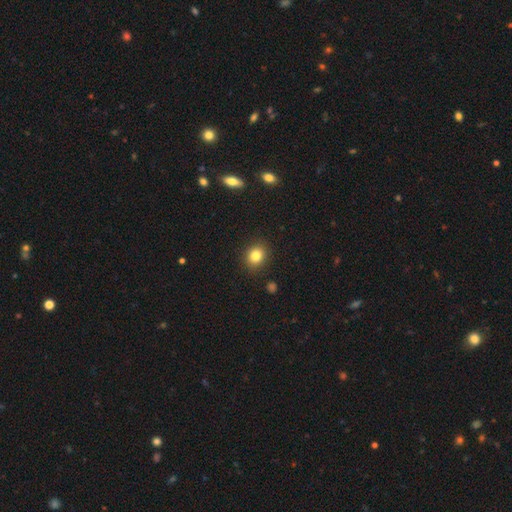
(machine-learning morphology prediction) type=smooth (82%); roundness=round (69%); merging=none (89%).